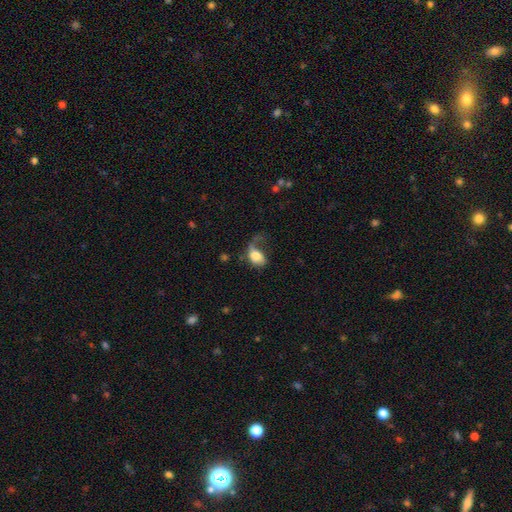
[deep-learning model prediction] A smooth galaxy with no disk features (56%) that is in between round and cigar-shaped (75%). Merging: major disturbance (53%).